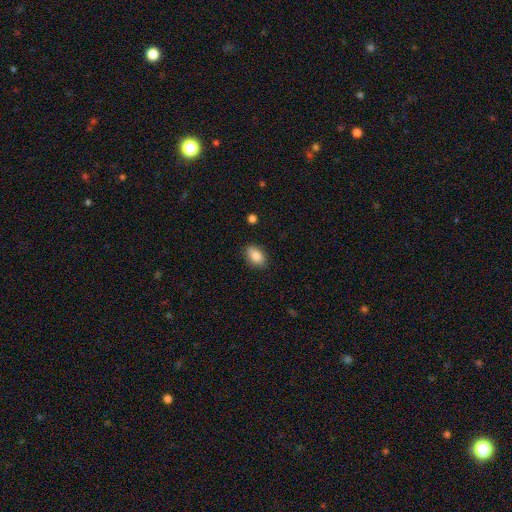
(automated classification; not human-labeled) Morphology: type=smooth (86%); roundness=in between (87%); merging=none (84%).